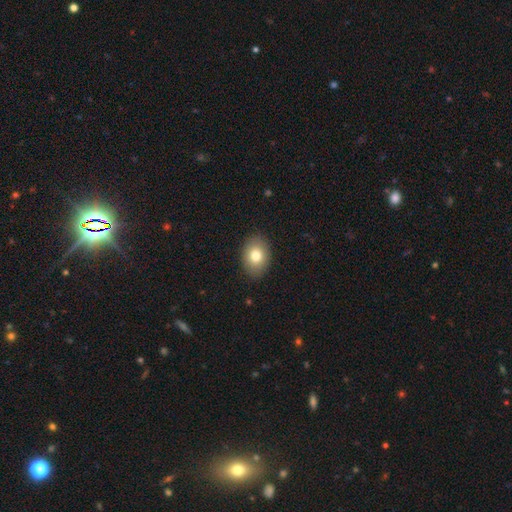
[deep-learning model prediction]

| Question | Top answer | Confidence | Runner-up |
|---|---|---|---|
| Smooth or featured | smooth | 79% | featured or disk (12%) |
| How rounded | in between | 72% | round (27%) |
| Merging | none | 88% | minor disturbance (9%) |